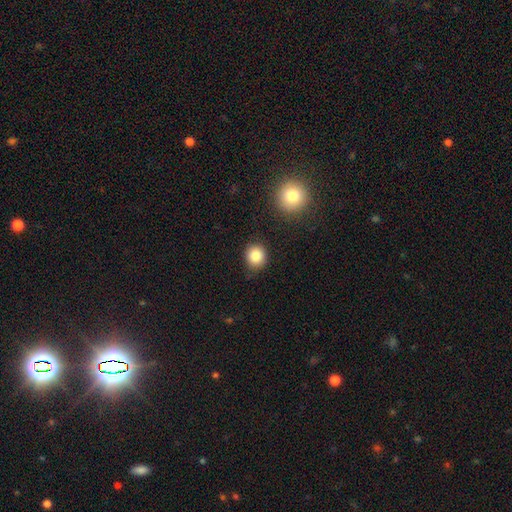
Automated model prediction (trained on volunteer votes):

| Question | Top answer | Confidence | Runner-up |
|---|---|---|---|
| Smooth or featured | smooth | 84% | star or artifact (10%) |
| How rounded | round | 83% | in between (16%) |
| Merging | none | 83% | minor disturbance (12%) |